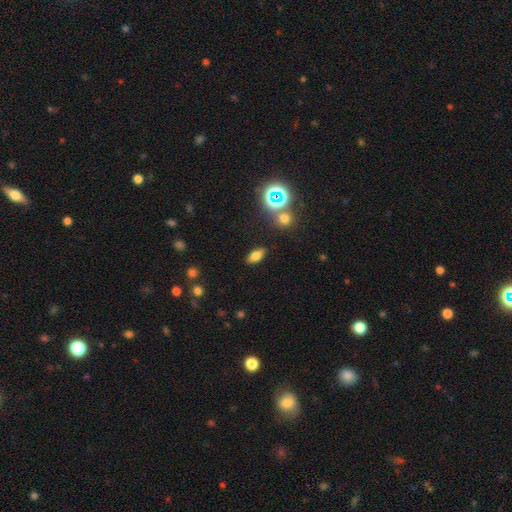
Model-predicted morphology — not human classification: A smooth galaxy with no disk features (67%) that is in between round and cigar-shaped (77%). Merging: none (86%).